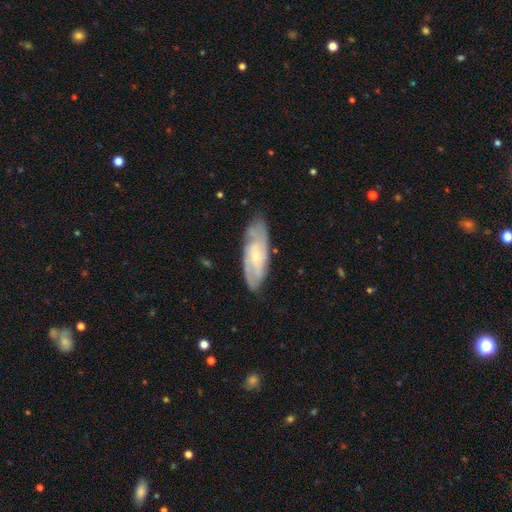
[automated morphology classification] This appears to be a featured or disk galaxy (73%) with no bar (58%), 2 (39%) tight (55%) spiral arms (92%) and a small central bulge (70%). Merging: none (79%).